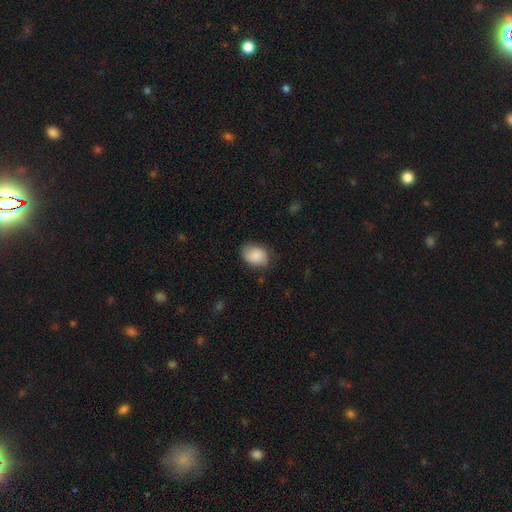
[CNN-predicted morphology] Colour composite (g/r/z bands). It shows a smooth galaxy with no disk features (82%) that is in between round and cigar-shaped (68%). Merging: none (68%).